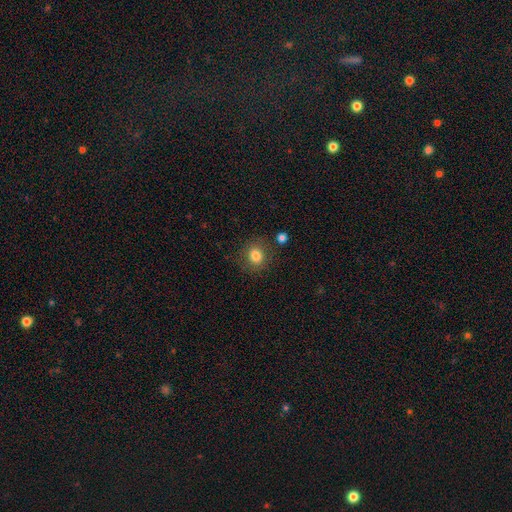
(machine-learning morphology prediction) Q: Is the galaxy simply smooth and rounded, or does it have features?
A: smooth — 81%.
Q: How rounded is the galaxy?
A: round — 78%.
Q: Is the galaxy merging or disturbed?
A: none — 83%.